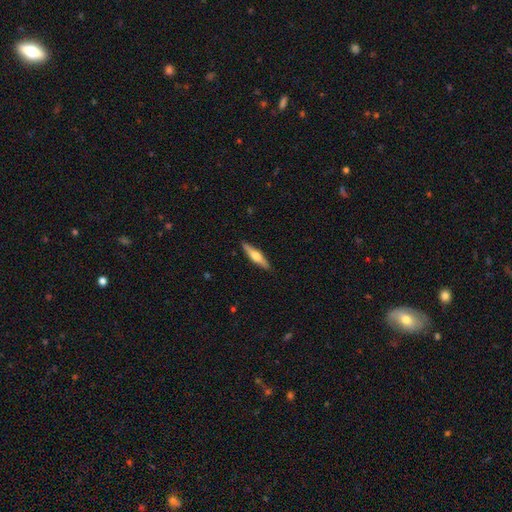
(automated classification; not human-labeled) Overall: featured or disk (54%; smooth 40%). Edge-on disk: yes (95%). Edge-on bulge: rounded (90%). Merging: none (90%).